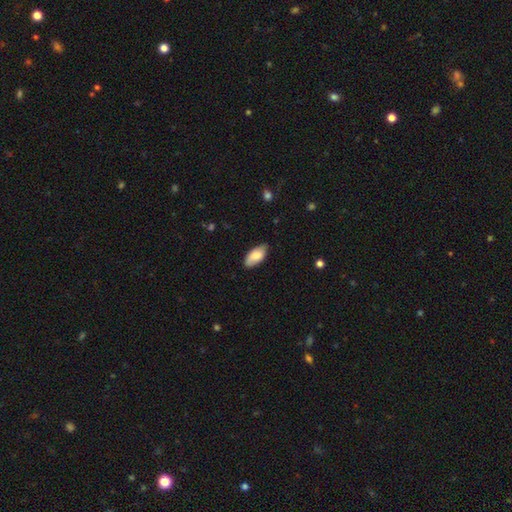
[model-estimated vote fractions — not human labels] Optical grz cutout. It shows a smooth galaxy with no disk features (81%) that is in between round and cigar-shaped (92%). Merging: none (78%).